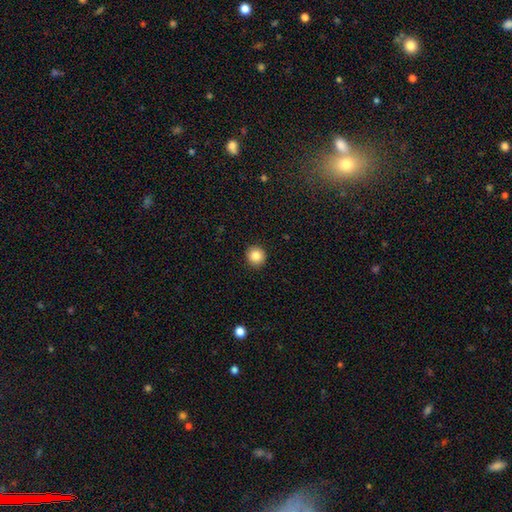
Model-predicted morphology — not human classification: Overall: smooth (85%). How rounded: round (93%). Merging: none (92%).